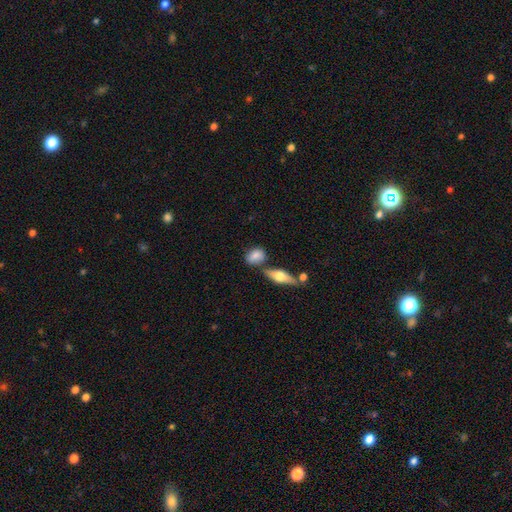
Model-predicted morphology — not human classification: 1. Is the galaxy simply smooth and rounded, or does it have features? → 79% smooth, 14% featured or disk, 7% star or artifact.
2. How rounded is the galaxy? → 62% in between, 33% round, 6% cigar-shaped.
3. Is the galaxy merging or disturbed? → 64% none, 17% merger, 15% minor disturbance, 4% major disturbance.